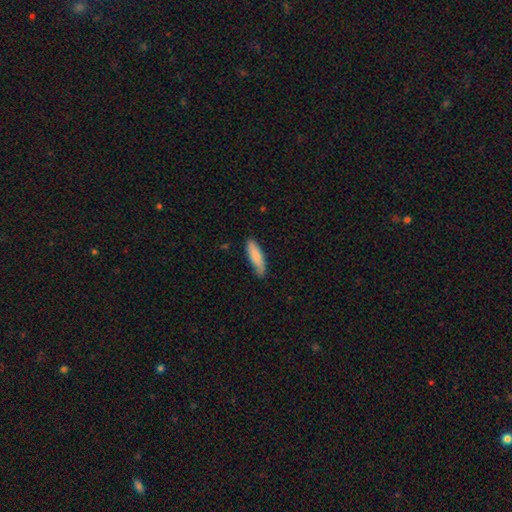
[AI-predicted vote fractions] A smooth galaxy with no disk features (82%) that is cigar-shaped (60%). Merging: none (76%).